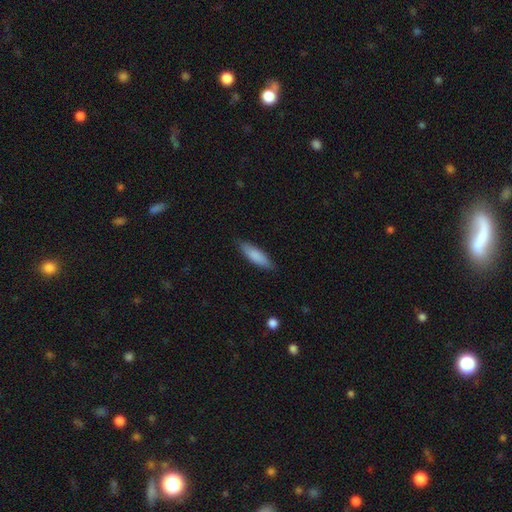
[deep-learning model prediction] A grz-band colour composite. It shows a smooth galaxy with no disk features (85%) that is cigar-shaped (53%). Merging: none (85%).